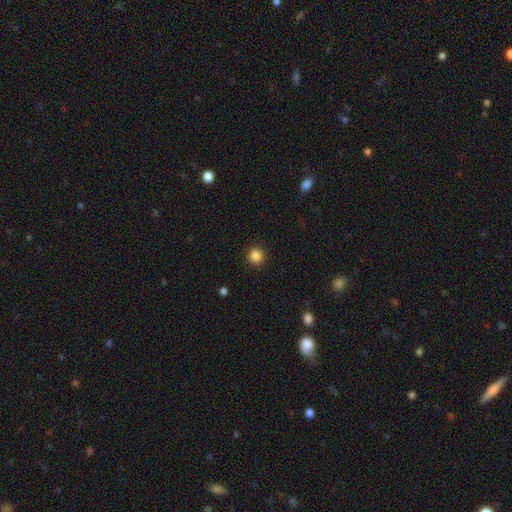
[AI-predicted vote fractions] smooth_or_featured: smooth (p=0.85) [alt: star or artifact p=0.11]
how_rounded: round (p=0.94) [alt: in between p=0.05]
merging: none (p=0.92) [alt: minor disturbance p=0.05]